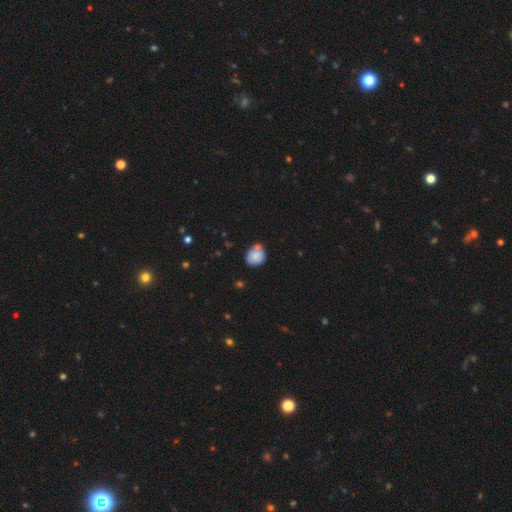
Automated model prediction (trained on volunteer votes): This appears to be a smooth galaxy with no disk features (81%) that is round (71%). Merging: none (60%).